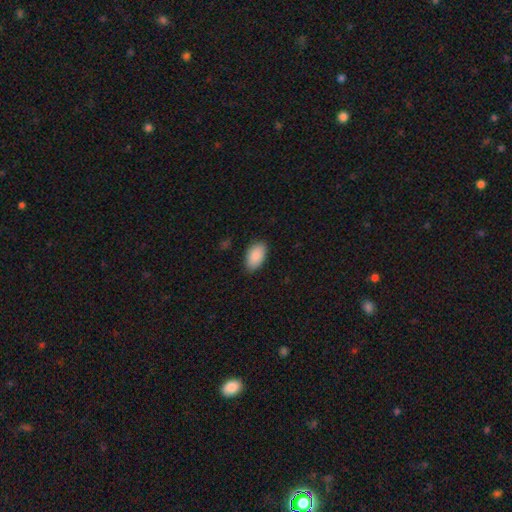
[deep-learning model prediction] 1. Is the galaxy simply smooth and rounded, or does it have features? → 89% smooth, 6% star or artifact, 5% featured or disk.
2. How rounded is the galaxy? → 95% in between, 4% round, 2% cigar-shaped.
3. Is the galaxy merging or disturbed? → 84% none, 13% minor disturbance, 2% major disturbance, 1% merger.